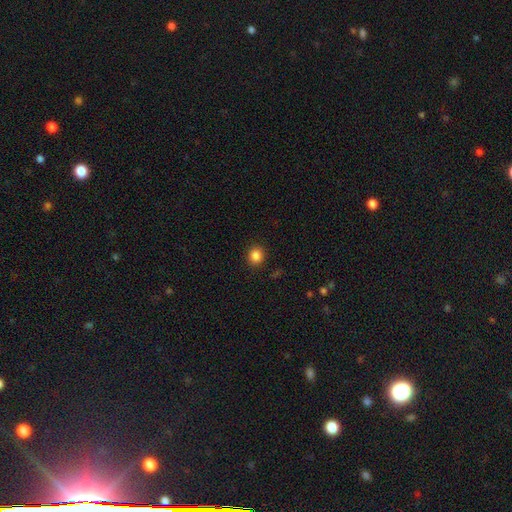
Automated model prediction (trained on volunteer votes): Smooth or featured? Predicted: smooth (p=0.85). How rounded? Predicted: round (p=0.81). Merging? Predicted: none (p=0.91).